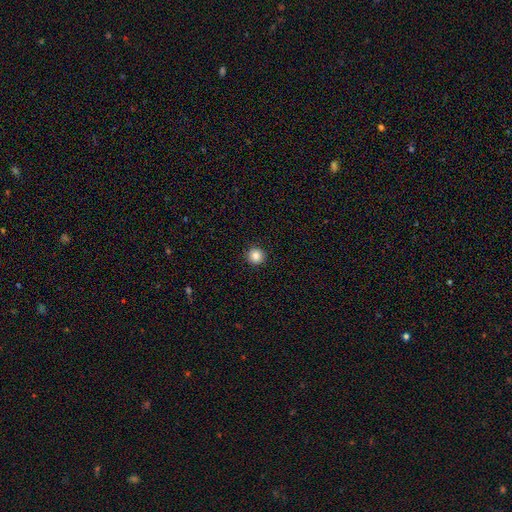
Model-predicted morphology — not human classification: Smooth or featured?
  - smooth: 86% *
  - star or artifact: 10%
  - featured or disk: 4%
How rounded?
  - round: 95% *
  - in between: 4%
  - cigar-shaped: 1%
Merging?
  - none: 93% *
  - minor disturbance: 5%
  - major disturbance: 2%
  - merger: 1%